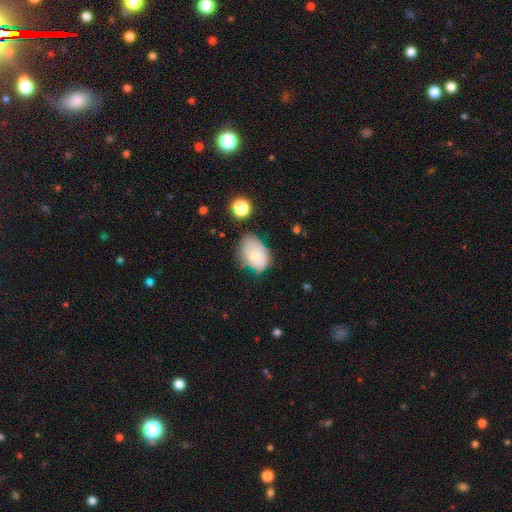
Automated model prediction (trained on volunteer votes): This is likely a smooth galaxy (69%). How rounded: clearly in between (84%). Merging: possibly none (56%).